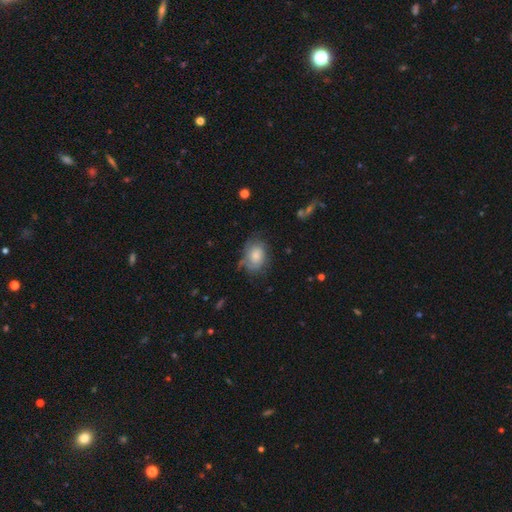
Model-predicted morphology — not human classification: smooth 52%, featured or disk 39%, star or artifact 8%. Down the decision tree: how rounded — in between (70%); merging — none (54%).